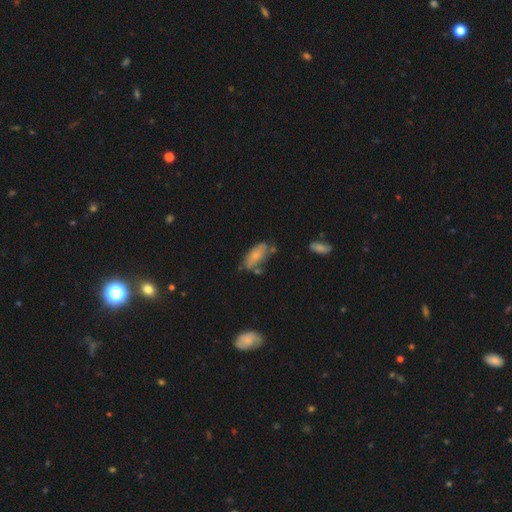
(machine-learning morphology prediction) smooth 67%, featured or disk 26%, star or artifact 8%. Down the decision tree: how rounded — in between (84%); merging — none (50%).